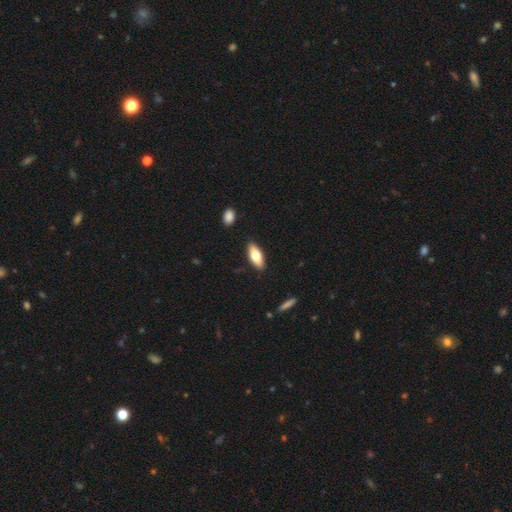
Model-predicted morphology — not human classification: The model was most divided on "smooth or featured": smooth: 71%, featured or disk: 23%, star or artifact: 6%. More confident: merging — none (87%); how rounded — in between (75%).